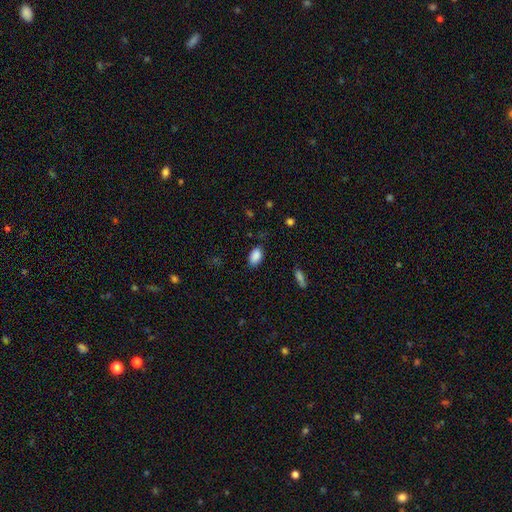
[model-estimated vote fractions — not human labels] The model was most divided on "merging": none: 79%, minor disturbance: 16%, major disturbance: 4%, merger: 1%. More confident: how rounded — in between (92%); smooth or featured — smooth (88%).